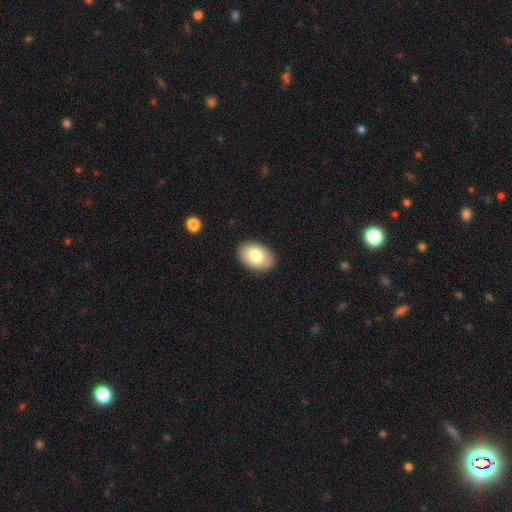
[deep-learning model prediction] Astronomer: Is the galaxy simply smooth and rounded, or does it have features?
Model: smooth — 80%.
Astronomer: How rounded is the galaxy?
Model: in between — 90%.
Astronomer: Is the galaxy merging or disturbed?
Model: none — 89%.